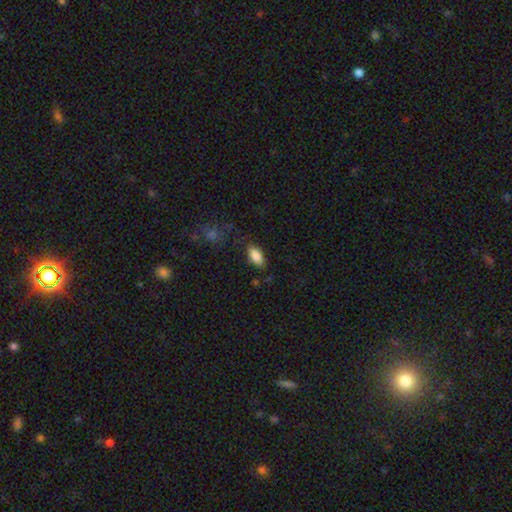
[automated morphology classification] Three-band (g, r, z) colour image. It shows a smooth galaxy with no disk features (87%) that is in between round and cigar-shaped (89%). Merging: none (80%).